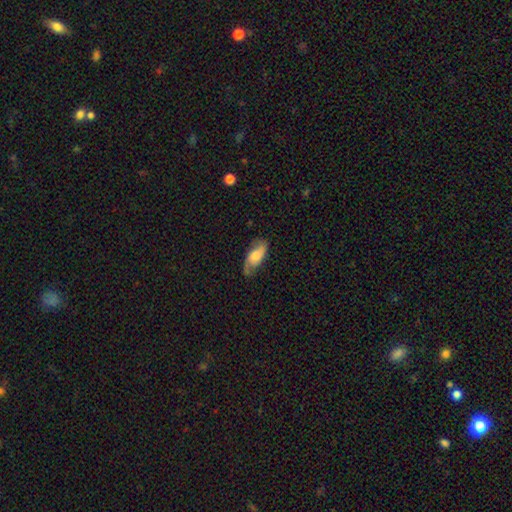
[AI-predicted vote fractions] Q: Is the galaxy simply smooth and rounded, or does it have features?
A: smooth — 48%.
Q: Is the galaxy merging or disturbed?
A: none — 66%.